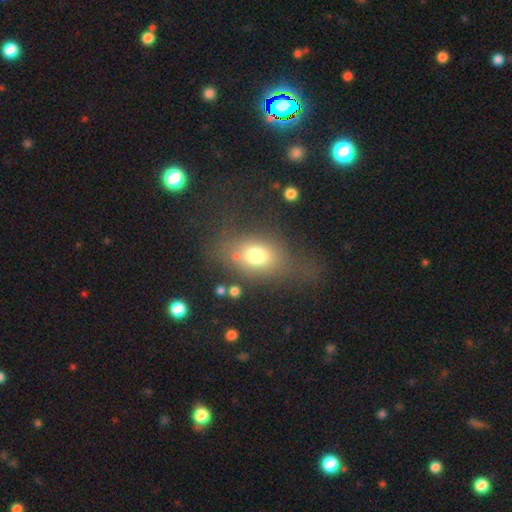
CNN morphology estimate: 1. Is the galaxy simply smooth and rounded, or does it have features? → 71% smooth, 15% featured or disk, 13% star or artifact.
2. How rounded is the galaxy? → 63% in between, 35% round, 3% cigar-shaped.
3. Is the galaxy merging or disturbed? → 53% none, 21% major disturbance, 20% minor disturbance, 6% merger.